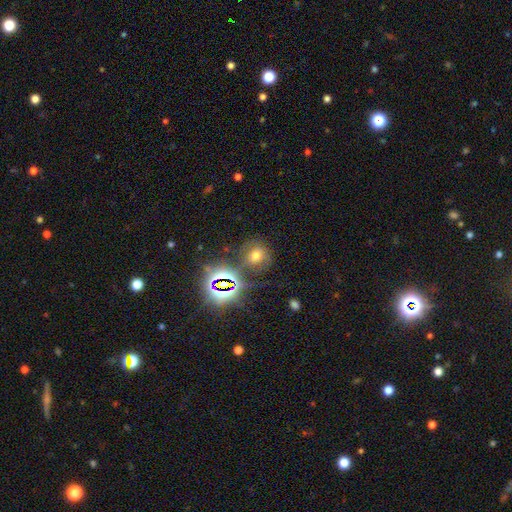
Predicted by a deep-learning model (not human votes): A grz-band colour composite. It shows a smooth galaxy with no disk features (52%) that is round (72%). Merging: none (68%).